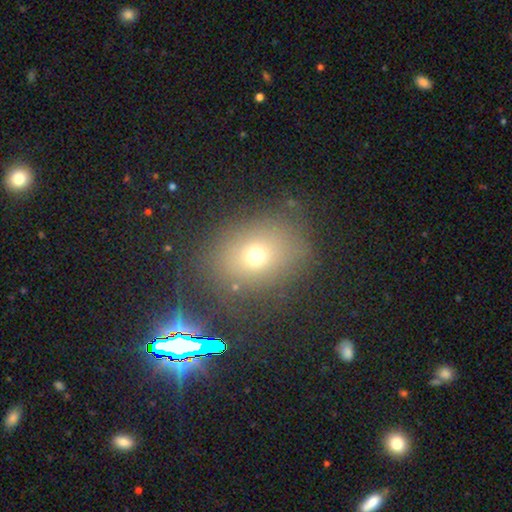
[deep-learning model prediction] This is likely a smooth galaxy (65%). How rounded: possibly round (54%). Merging: likely none (76%).